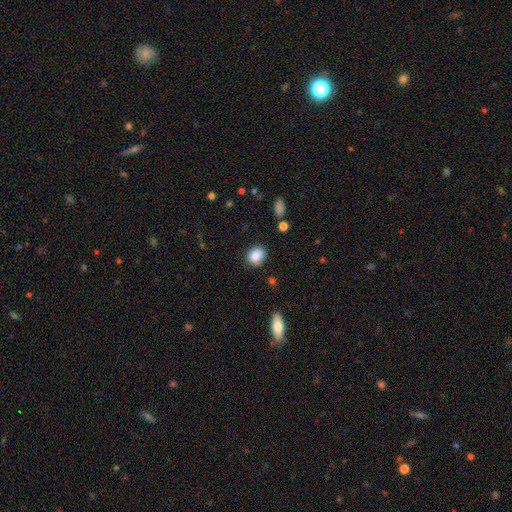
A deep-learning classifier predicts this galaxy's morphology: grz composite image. It shows a smooth galaxy with no disk features (85%) that is round (58%). Merging: none (78%).